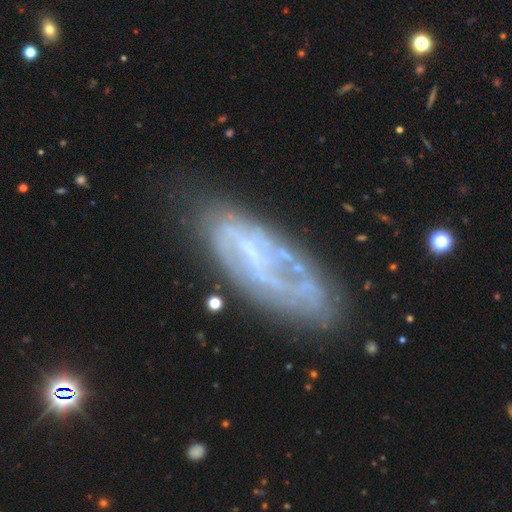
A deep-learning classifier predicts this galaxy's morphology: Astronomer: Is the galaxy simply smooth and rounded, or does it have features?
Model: featured or disk — 71%.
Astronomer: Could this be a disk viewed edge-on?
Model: no — 87%.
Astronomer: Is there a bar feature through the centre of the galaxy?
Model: no — 47% (runner-up: weak, 31%).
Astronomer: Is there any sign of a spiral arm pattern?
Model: yes — 62% (runner-up: no, 38%).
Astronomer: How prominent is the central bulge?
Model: none — 56% (runner-up: small, 32%).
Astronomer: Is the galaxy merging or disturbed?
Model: none — 60%.